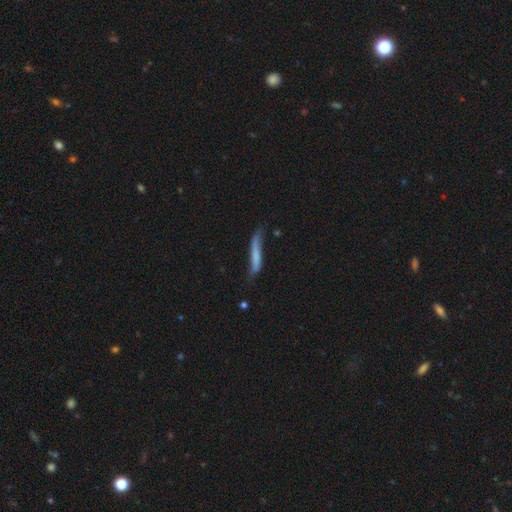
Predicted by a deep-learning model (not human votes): Q: Smooth or featured?
A: smooth (65%); runner-up: featured or disk (29%)
Q: How rounded?
A: cigar-shaped (92%); runner-up: in between (7%)
Q: Merging?
A: none (48%); runner-up: minor disturbance (34%)